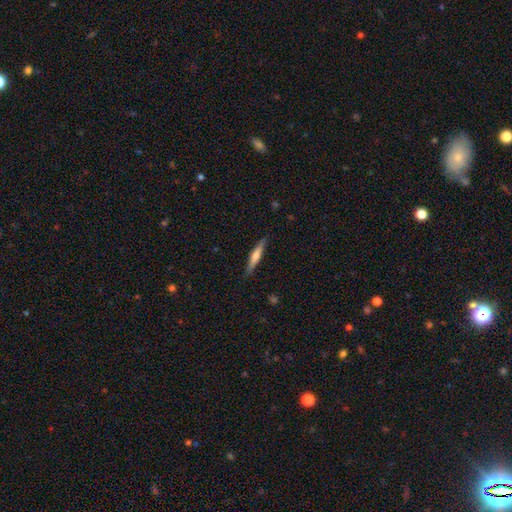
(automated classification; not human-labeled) Smooth or featured?
  - featured or disk: 52% *
  - smooth: 43%
  - star or artifact: 6%
Edge-on disk?
  - yes: 97% *
  - no: 3%
Merging?
  - none: 89% *
  - minor disturbance: 8%
  - major disturbance: 2%
  - merger: 1%